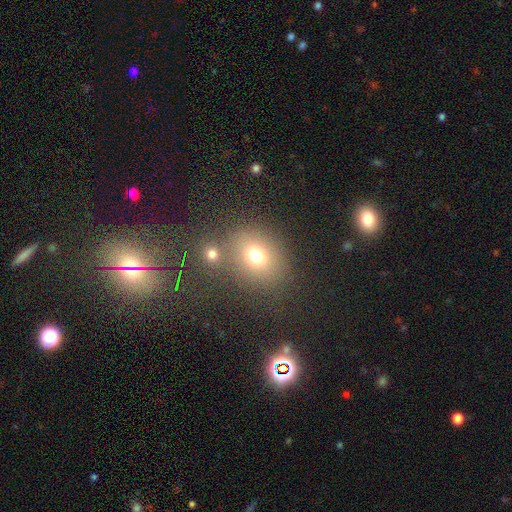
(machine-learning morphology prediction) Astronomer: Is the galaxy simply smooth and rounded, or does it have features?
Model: smooth — 73%.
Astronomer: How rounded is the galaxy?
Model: round — 64%.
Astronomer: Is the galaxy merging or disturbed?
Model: none — 63%.